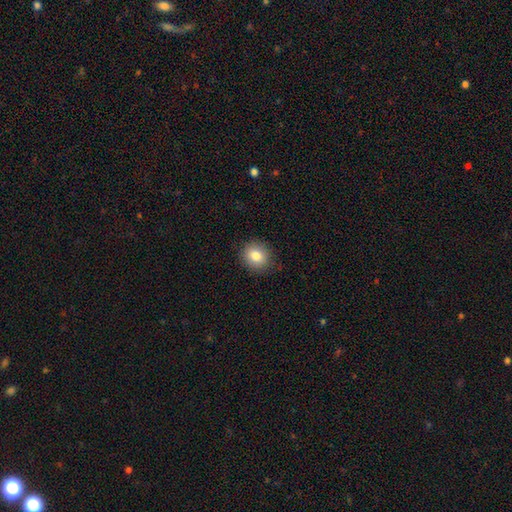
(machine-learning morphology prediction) A smooth galaxy with no disk features (82%) that is round (77%).

Vote fractions:
- Smooth or featured? smooth: 82% / star or artifact: 10% / featured or disk: 8%
- How rounded? round: 77% / in between: 22% / cigar-shaped: 1%
- Merging? none: 87% / minor disturbance: 9% / major disturbance: 2% / merger: 1%